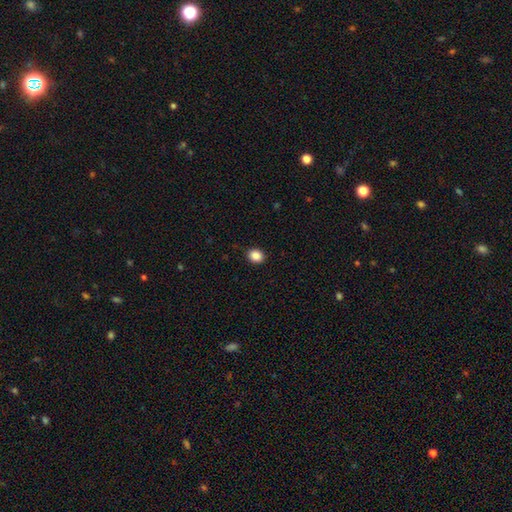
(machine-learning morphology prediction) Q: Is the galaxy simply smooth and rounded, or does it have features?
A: smooth — 88%.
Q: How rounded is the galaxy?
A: round — 55%.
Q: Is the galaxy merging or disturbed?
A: none — 90%.